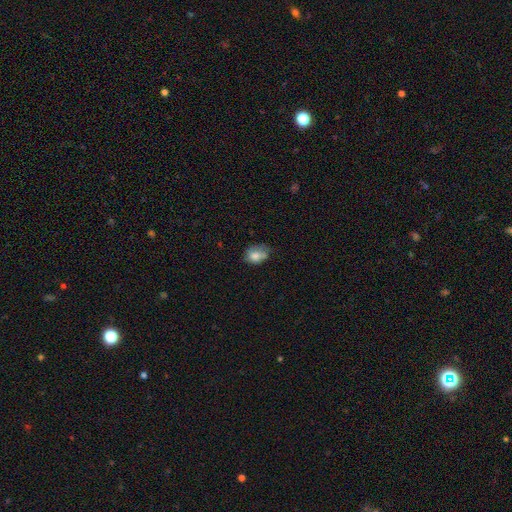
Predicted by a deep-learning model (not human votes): Smooth or featured: smooth — 74% (featured or disk — 16%)
How rounded: in between — 63% (round — 36%)
Merging: none — 43% (minor disturbance — 36%)